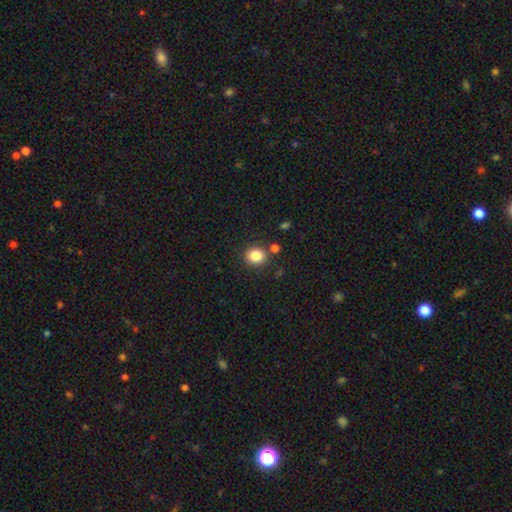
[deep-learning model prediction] smooth 85%, star or artifact 10%, featured or disk 5%. Down the decision tree: how rounded — round (78%); merging — none (83%).